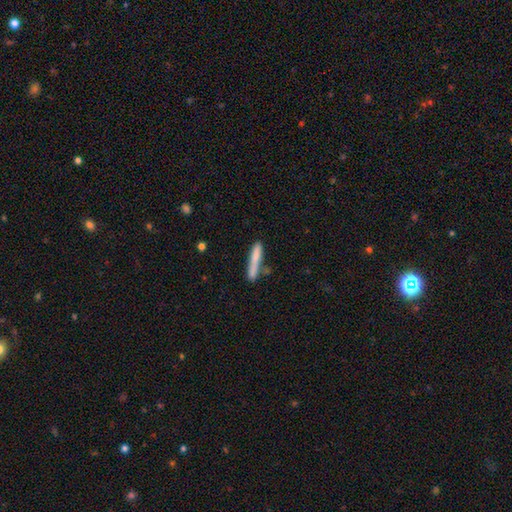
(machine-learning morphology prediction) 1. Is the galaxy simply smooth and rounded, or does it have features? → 75% smooth, 18% featured or disk, 6% star or artifact.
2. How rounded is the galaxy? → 93% cigar-shaped, 5% in between, 1% round.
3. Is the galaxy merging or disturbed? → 71% none, 16% minor disturbance, 9% merger, 4% major disturbance.